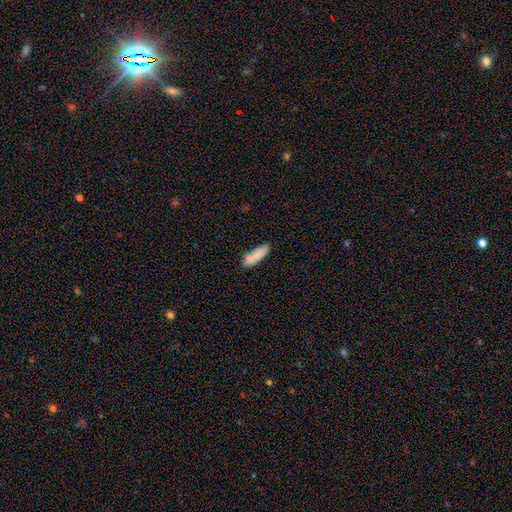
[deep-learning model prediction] Q: Smooth or featured?
A: smooth (82%); runner-up: featured or disk (11%)
Q: How rounded?
A: in between (54%); runner-up: cigar-shaped (44%)
Q: Merging?
A: none (71%); runner-up: minor disturbance (19%)